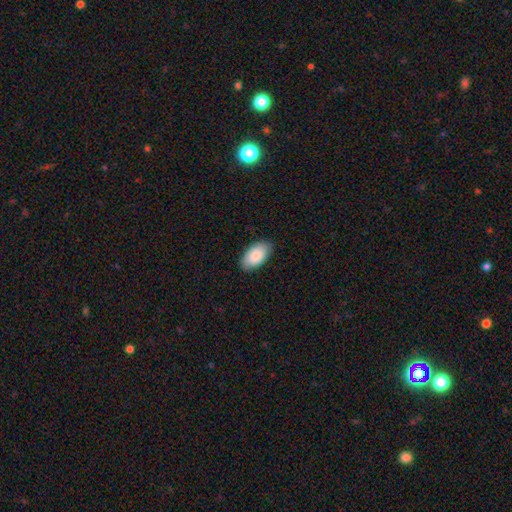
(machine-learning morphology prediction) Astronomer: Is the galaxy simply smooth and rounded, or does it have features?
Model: smooth — 87%.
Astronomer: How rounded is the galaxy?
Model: in between — 96%.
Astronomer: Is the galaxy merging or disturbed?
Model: none — 85%.